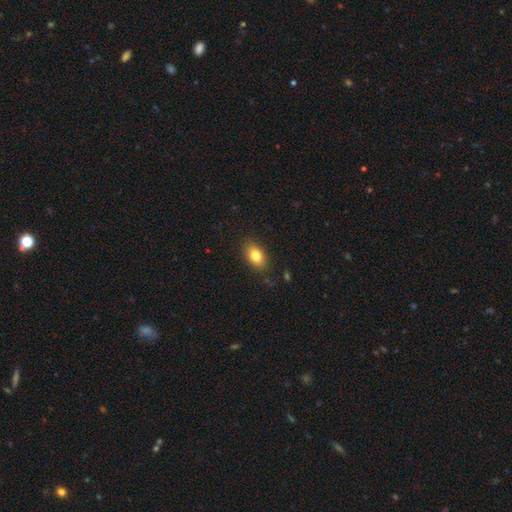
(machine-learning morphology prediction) smooth_or_featured: smooth (p=0.80) [alt: featured or disk p=0.12]
how_rounded: in between (p=0.85) [alt: round p=0.12]
merging: none (p=0.84) [alt: minor disturbance p=0.12]